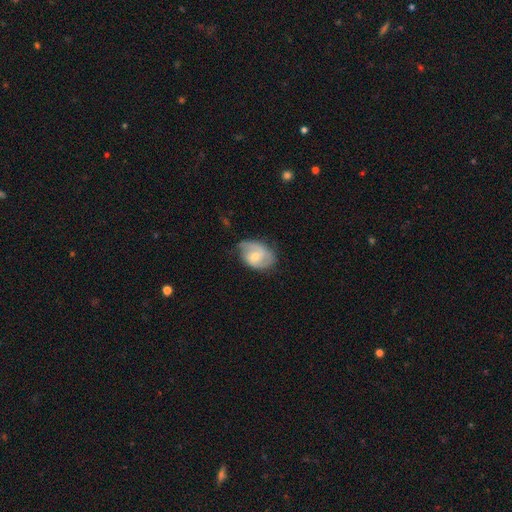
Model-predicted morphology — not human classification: Q: Smooth or featured?
A: featured or disk (60%); runner-up: smooth (33%)
Q: Edge-on disk?
A: no (97%); runner-up: yes (3%)
Q: Bar?
A: no (50%); runner-up: weak (42%)
Q: Spiral arms?
A: yes (87%); runner-up: no (13%)
Q: Spiral winding?
A: medium (46%); runner-up: tight (30%)
Q: Spiral arm count?
A: 2 (71%); runner-up: can't tell (15%)
Q: Bulge size?
A: moderate (52%); runner-up: small (40%)
Q: Merging?
A: none (56%); runner-up: minor disturbance (32%)